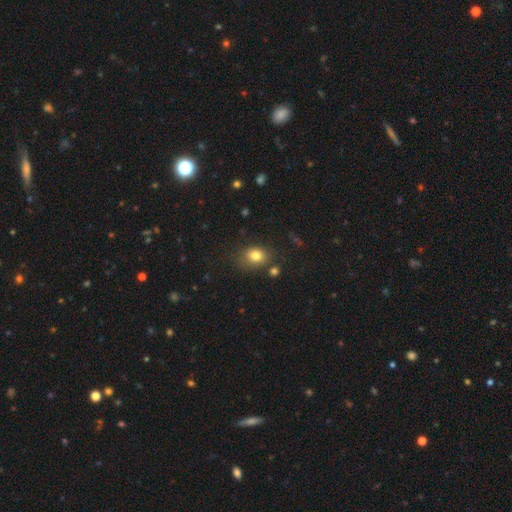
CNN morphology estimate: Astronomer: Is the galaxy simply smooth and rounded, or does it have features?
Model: smooth — 80%.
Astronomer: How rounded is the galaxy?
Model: in between — 56% (runner-up: round, 43%).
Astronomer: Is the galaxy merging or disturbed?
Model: none — 73%.